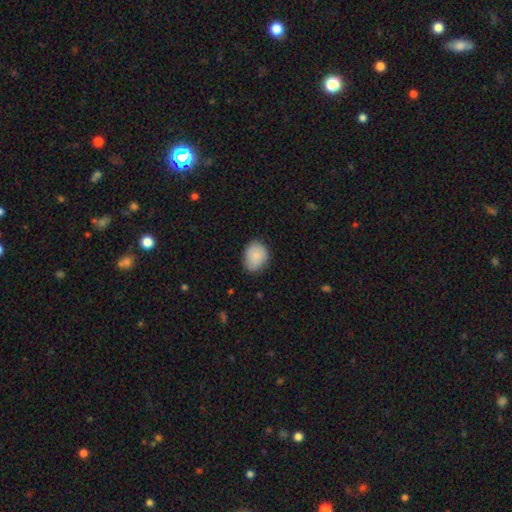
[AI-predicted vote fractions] The model was most divided on "how rounded": in between: 60%, round: 39%, cigar-shaped: 1%. More confident: smooth or featured — smooth (84%); merging — none (75%).